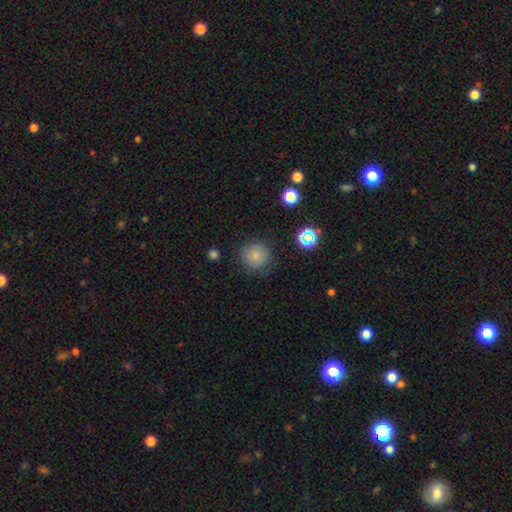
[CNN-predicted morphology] A smooth galaxy with no disk features (79%) that is round (93%). Merging: none (80%).